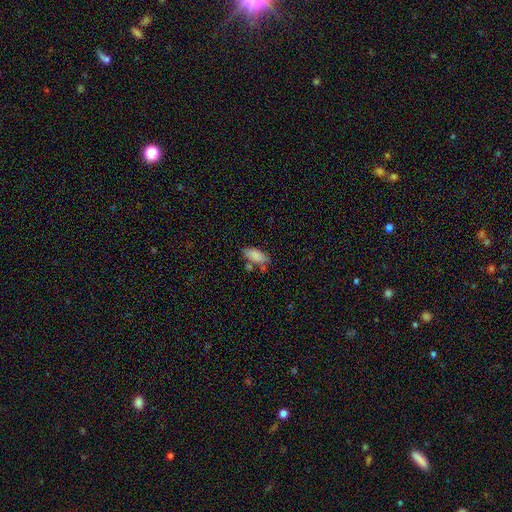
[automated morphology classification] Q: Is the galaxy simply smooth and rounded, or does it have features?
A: smooth — 84%.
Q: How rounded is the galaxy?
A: in between — 83%.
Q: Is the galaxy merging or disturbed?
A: none — 60%.